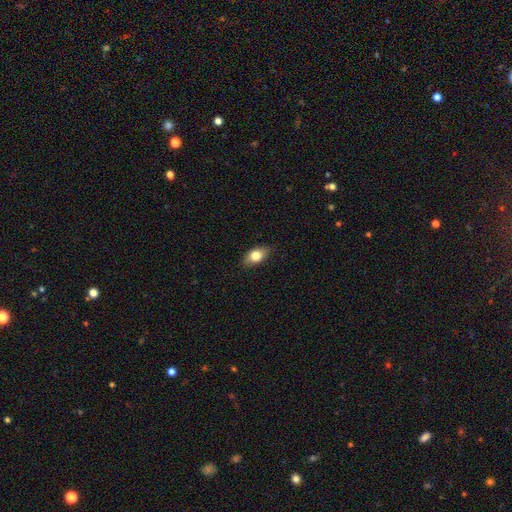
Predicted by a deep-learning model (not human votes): Smooth or featured: smooth — 78% (featured or disk — 15%)
How rounded: in between — 85% (round — 12%)
Merging: none — 84% (minor disturbance — 13%)